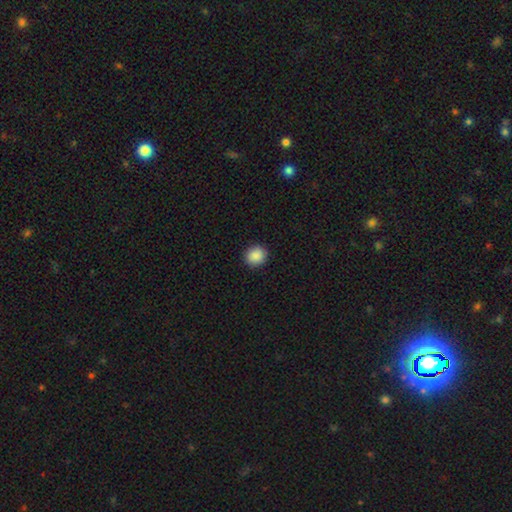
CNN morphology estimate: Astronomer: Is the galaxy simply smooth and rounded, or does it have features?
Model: smooth — 88%.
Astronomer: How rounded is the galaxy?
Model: round — 86%.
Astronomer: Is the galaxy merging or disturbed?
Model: none — 91%.